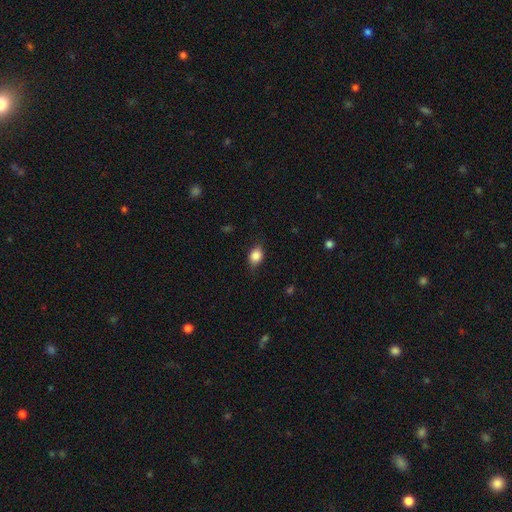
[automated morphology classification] A smooth galaxy with no disk features (85%) that is in between round and cigar-shaped (66%).

Vote fractions:
- Smooth or featured? smooth: 85% / star or artifact: 8% / featured or disk: 7%
- How rounded? in between: 66% / round: 33% / cigar-shaped: 2%
- Merging? none: 75% / minor disturbance: 20% / major disturbance: 5% / merger: 1%